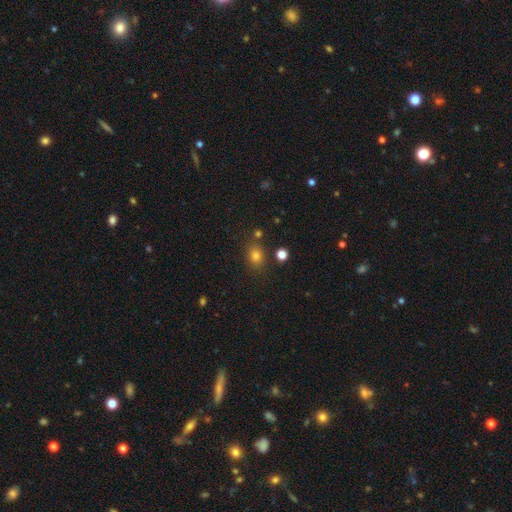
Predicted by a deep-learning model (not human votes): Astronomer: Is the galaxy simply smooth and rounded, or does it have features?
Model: smooth — 76%.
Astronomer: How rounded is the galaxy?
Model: round — 52% (runner-up: in between, 46%).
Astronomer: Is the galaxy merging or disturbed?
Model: none — 79%.